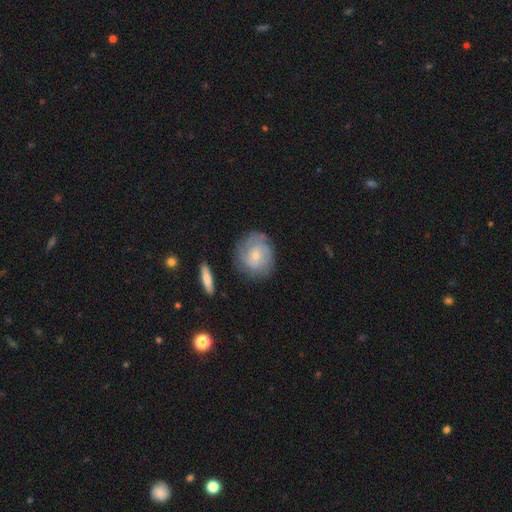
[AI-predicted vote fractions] Smooth or featured? featured or disk (61%)
Edge-on disk? no (97%)
Bar? no (71%)
Spiral arms? yes (87%)
Spiral winding? tight (63%)
Spiral arm count? can't tell (40%)
Bulge size? small (66%)
Merging? none (76%)